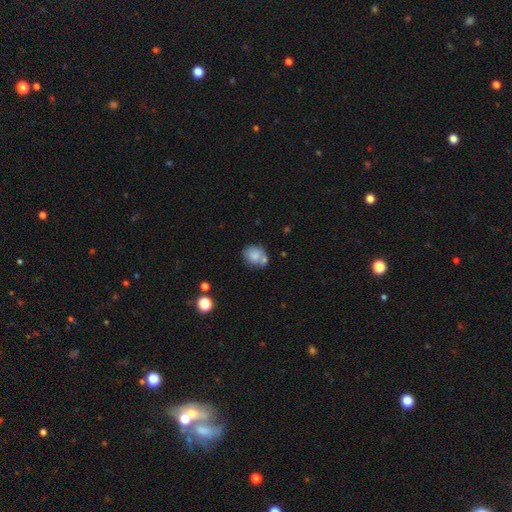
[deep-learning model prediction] A smooth galaxy with no disk features (77%) that is round (51%). Merging: none (47%).